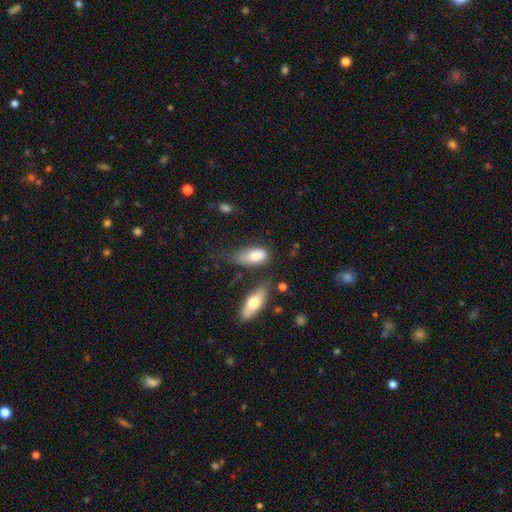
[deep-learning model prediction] smooth 79%, featured or disk 14%, star or artifact 7%. Down the decision tree: how rounded — in between (88%); merging — minor disturbance (35%).